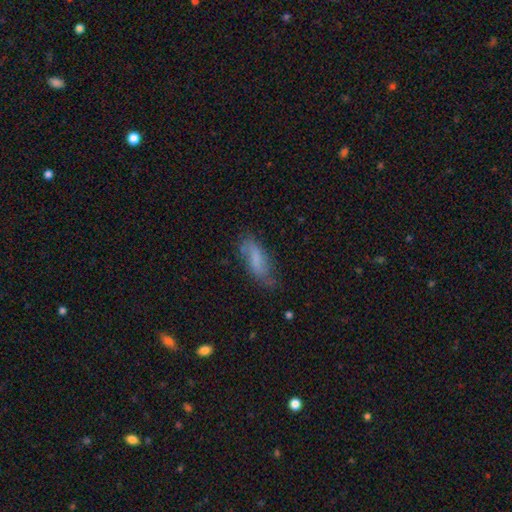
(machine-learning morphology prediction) This appears to be a smooth galaxy with no disk features (54%) that is in between round and cigar-shaped (63%). Merging: none (63%).